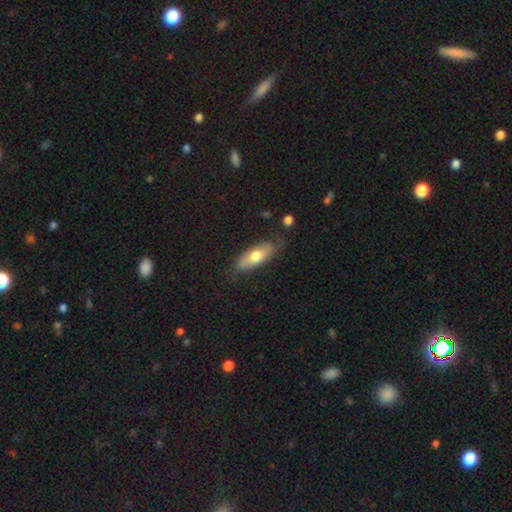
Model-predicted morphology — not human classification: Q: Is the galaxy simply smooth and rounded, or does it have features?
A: smooth — 64%.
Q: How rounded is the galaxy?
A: in between — 74%.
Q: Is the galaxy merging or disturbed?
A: none — 69%.